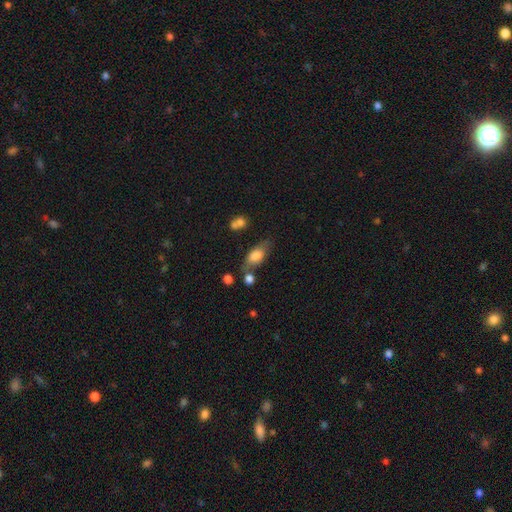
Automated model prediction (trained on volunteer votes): smooth_or_featured: smooth (p=0.72) [alt: featured or disk p=0.20]
how_rounded: in between (p=0.80) [alt: cigar-shaped p=0.14]
merging: none (p=0.56) [alt: minor disturbance p=0.22]